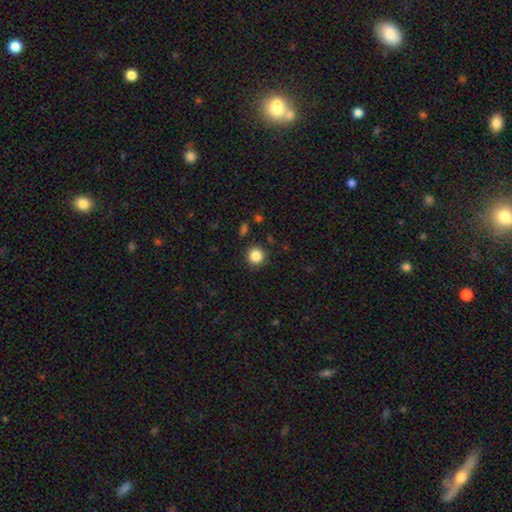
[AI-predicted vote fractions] Morphology: type=smooth (85%); roundness=round (94%); merging=none (90%).